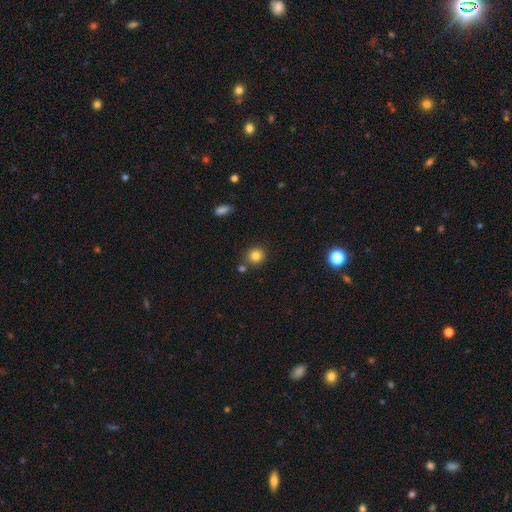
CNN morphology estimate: Smooth or featured? smooth (82%)
How rounded? round (87%)
Merging? none (77%)